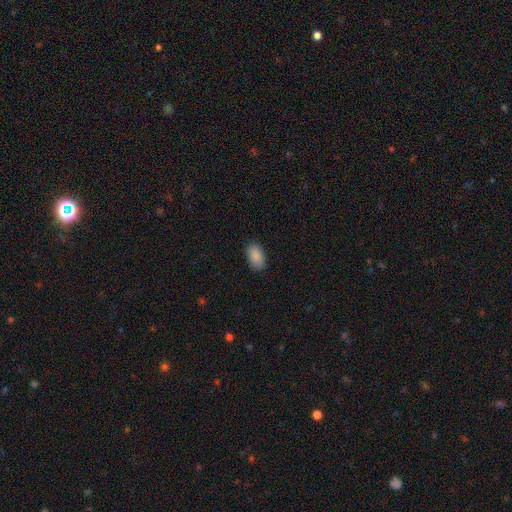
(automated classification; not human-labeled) Overall: smooth (89%). How rounded: in between (94%). Merging: none (88%).